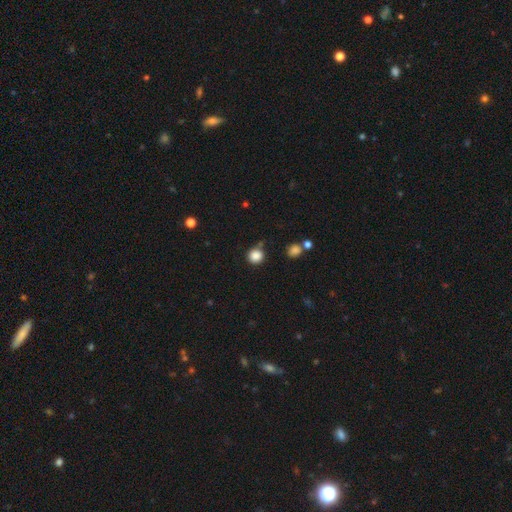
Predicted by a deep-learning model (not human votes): Smooth or featured: smooth — 85% (star or artifact — 11%)
How rounded: round — 93% (in between — 6%)
Merging: none — 79% (minor disturbance — 12%)